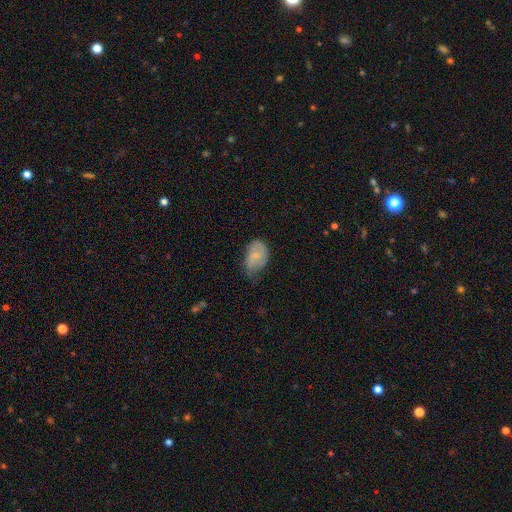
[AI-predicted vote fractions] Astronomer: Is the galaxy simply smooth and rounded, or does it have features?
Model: smooth — 60%.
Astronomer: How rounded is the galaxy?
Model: in between — 84%.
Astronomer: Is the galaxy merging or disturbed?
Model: minor disturbance — 45% (runner-up: none, 37%).